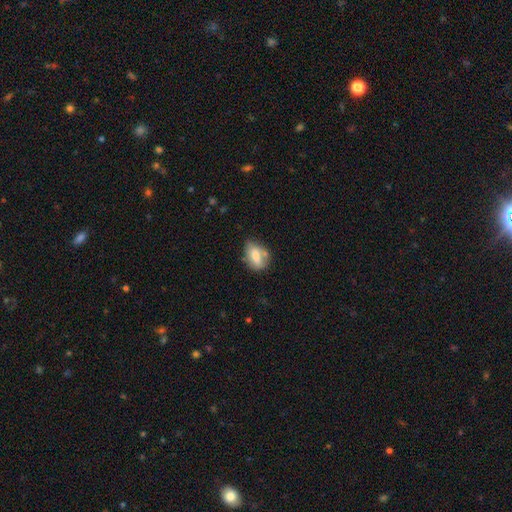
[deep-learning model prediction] Smooth or featured?
  - smooth: 68% *
  - featured or disk: 24%
  - star or artifact: 8%
How rounded?
  - in between: 79% *
  - round: 16%
  - cigar-shaped: 5%
Merging?
  - none: 55% *
  - minor disturbance: 26%
  - merger: 12%
  - major disturbance: 7%